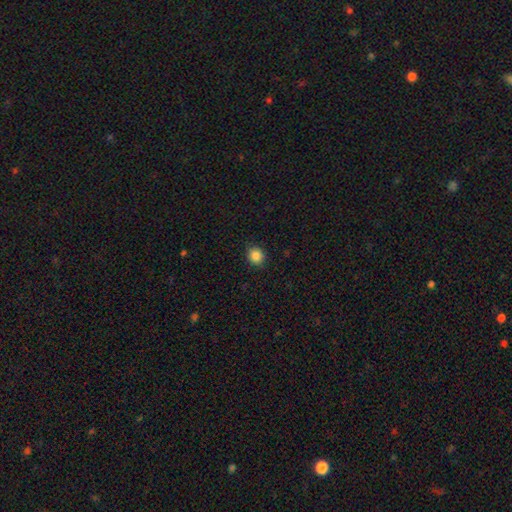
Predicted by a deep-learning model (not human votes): smooth 87%, star or artifact 10%, featured or disk 3%. Down the decision tree: how rounded — round (82%); merging — none (88%).